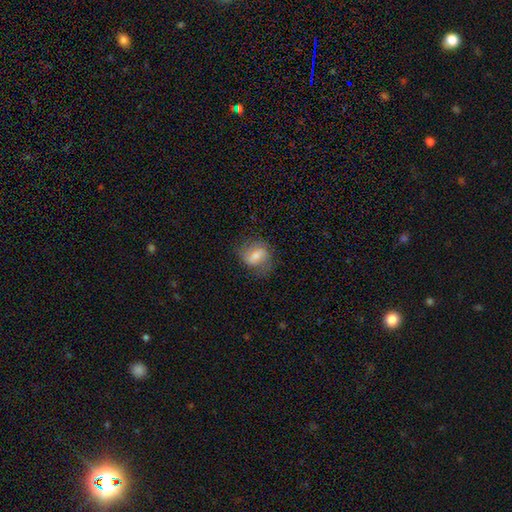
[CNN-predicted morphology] This appears to be a smooth galaxy with no disk features (47%). Merging: none (67%).